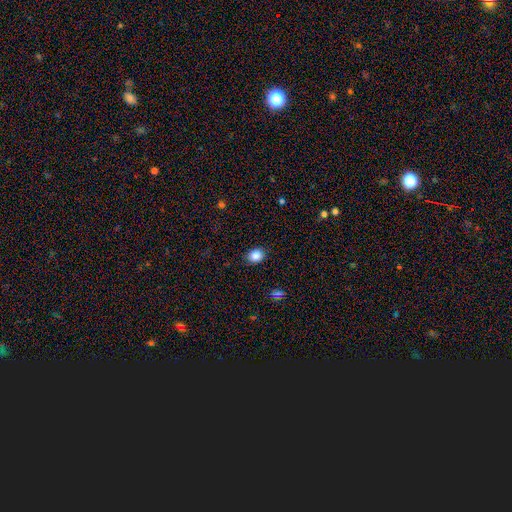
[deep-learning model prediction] smooth 87%, star or artifact 10%, featured or disk 4%. Down the decision tree: how rounded — round (57%); merging — none (87%).